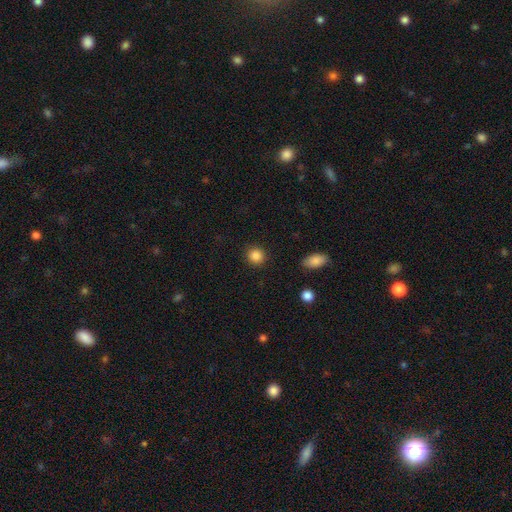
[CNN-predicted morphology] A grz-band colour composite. It shows a smooth galaxy with no disk features (87%) that is round (90%). Merging: none (90%).